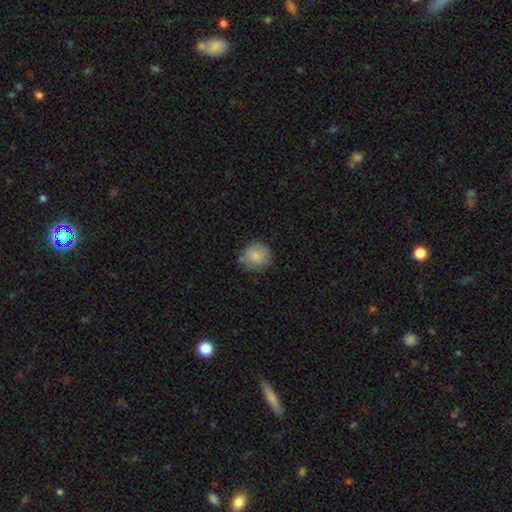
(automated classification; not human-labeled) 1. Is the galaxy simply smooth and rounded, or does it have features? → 82% smooth, 10% featured or disk, 7% star or artifact.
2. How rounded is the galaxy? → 90% round, 9% in between, 1% cigar-shaped.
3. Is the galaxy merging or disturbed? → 71% none, 21% minor disturbance, 5% major disturbance, 3% merger.